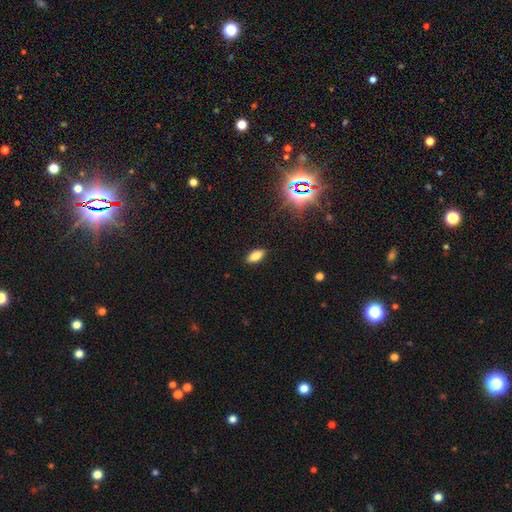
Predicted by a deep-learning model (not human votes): The model was most divided on "smooth or featured": smooth: 79%, star or artifact: 11%, featured or disk: 10%. More confident: merging — none (88%); how rounded — in between (84%).